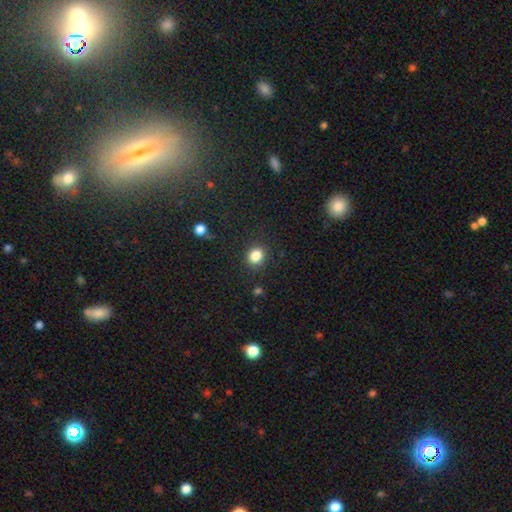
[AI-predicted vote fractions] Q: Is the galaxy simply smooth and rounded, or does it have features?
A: smooth — 85%.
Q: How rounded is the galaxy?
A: round — 67%.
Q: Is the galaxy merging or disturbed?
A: none — 87%.